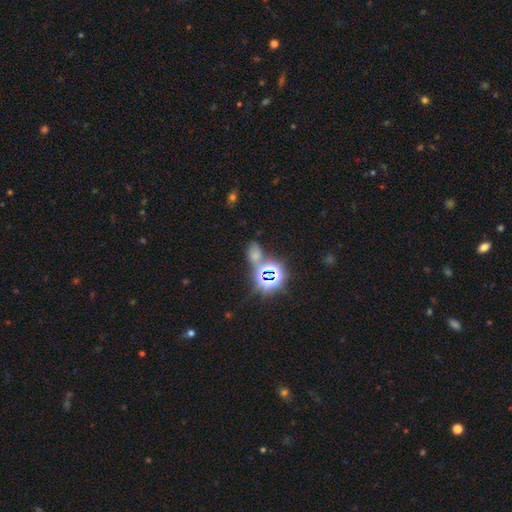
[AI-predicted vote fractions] A star or artifact, not a galaxy (51%).

Vote fractions:
- Smooth or featured? star or artifact: 51% / smooth: 40% / featured or disk: 9%